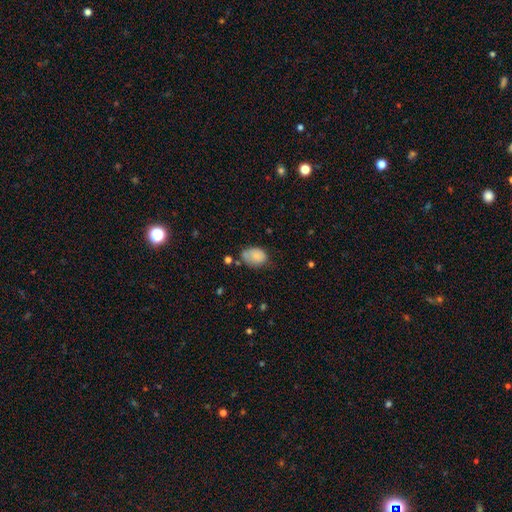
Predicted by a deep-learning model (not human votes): Smooth or featured? Predicted: smooth (p=0.80). How rounded? Predicted: in between (p=0.77). Merging? Predicted: none (p=0.50).